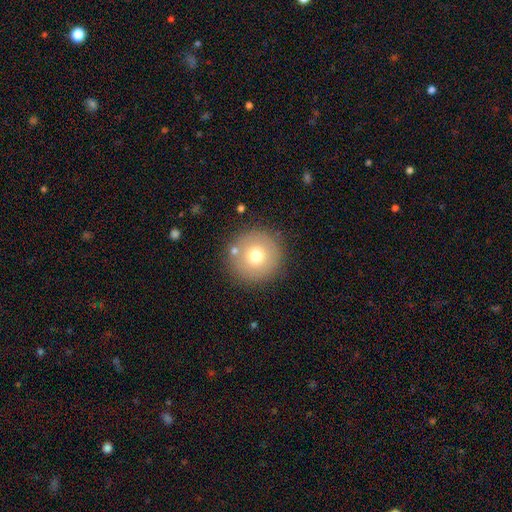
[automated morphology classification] Q: Smooth or featured?
A: smooth (72%); runner-up: featured or disk (17%)
Q: How rounded?
A: round (96%); runner-up: in between (3%)
Q: Merging?
A: none (84%); runner-up: minor disturbance (8%)